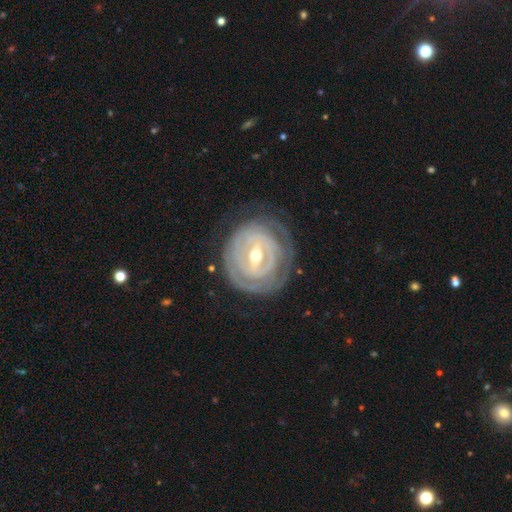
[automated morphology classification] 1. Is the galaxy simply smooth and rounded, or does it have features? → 85% featured or disk, 10% smooth, 4% star or artifact.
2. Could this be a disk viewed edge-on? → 96% no, 4% yes.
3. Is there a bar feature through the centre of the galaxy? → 44% strong, 42% weak, 14% no.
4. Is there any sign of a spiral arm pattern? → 82% yes, 18% no.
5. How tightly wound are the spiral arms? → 84% tight, 12% medium, 4% loose.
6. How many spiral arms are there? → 46% can't tell, 25% 2, 11% 3, 8% 1, 6% 4, 5% more than 4.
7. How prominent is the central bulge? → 61% moderate, 35% small, 3% large, 1% none, 1% dominant.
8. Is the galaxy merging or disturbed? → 75% none, 15% minor disturbance, 8% major disturbance, 1% merger.